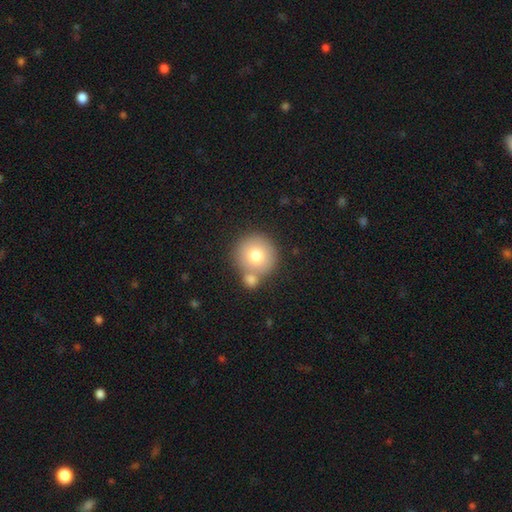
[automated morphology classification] type=smooth (75%); roundness=round (94%); merging=none (62%).